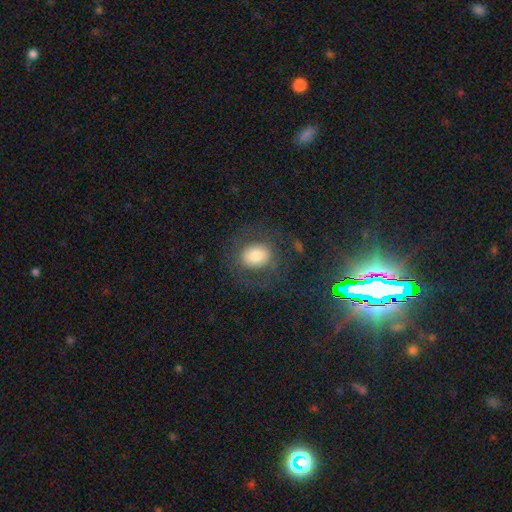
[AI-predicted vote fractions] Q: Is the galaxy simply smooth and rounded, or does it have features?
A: smooth — 69%.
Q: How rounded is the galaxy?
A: round — 51%.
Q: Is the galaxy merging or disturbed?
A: none — 71%.